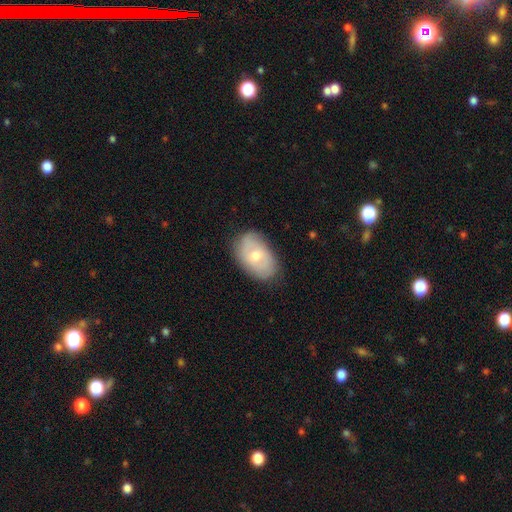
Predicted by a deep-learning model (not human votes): smooth-or-featured: smooth: 52% | featured or disk: 42% | star or artifact: 7%
  how-rounded: in between: 90% | round: 9% | cigar-shaped: 1%
  merging: none: 76% | minor disturbance: 19% | major disturbance: 4% | merger: 1%